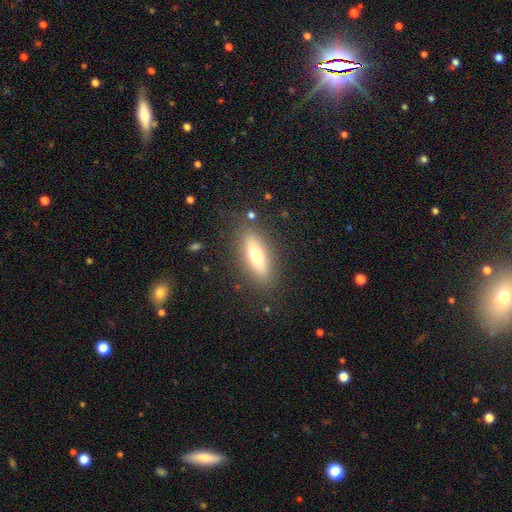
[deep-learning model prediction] Q: Smooth or featured?
A: smooth (57%); runner-up: featured or disk (36%)
Q: How rounded?
A: in between (55%); runner-up: cigar-shaped (42%)
Q: Merging?
A: none (84%); runner-up: minor disturbance (10%)